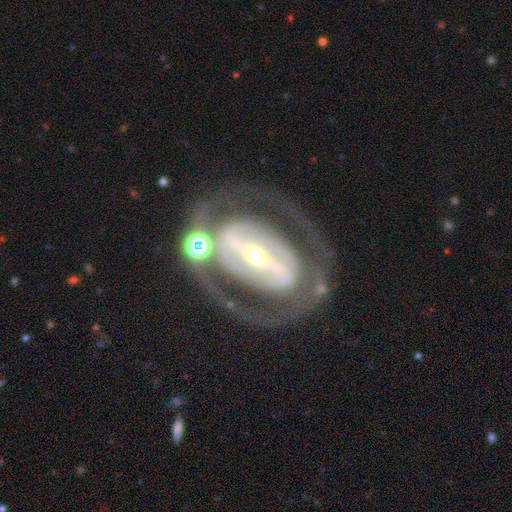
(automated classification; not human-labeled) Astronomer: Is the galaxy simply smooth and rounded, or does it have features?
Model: featured or disk — 84%.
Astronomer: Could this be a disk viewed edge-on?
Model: no — 93%.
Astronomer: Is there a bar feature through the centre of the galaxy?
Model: strong — 67%.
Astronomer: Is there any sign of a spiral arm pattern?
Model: yes — 61% (runner-up: no, 39%).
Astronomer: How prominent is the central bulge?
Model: small — 72%.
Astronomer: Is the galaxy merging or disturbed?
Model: none — 67%.